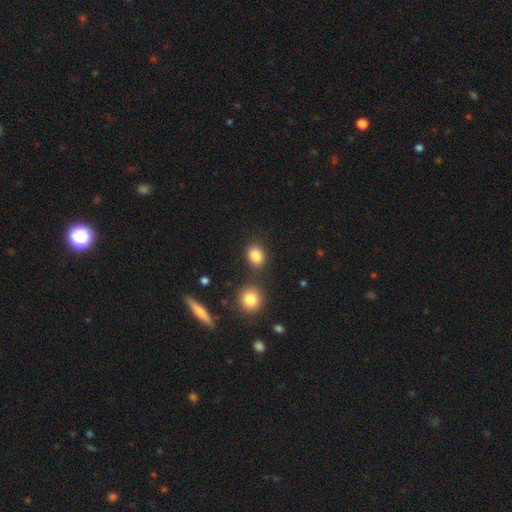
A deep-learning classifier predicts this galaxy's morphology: A smooth galaxy with no disk features (85%) that is round (49%, tied with in between).

Vote fractions:
- Smooth or featured? smooth: 85% / star or artifact: 10% / featured or disk: 5%
- How rounded? round: 49% (tied) / in between: 49% (tied) / cigar-shaped: 1%
- Merging? none: 75% / minor disturbance: 11% / merger: 11% / major disturbance: 4%